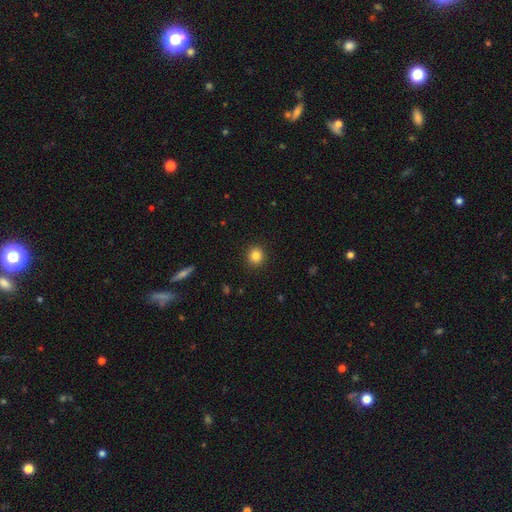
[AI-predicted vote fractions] Morphology: type=smooth (84%); roundness=round (90%); merging=none (92%).